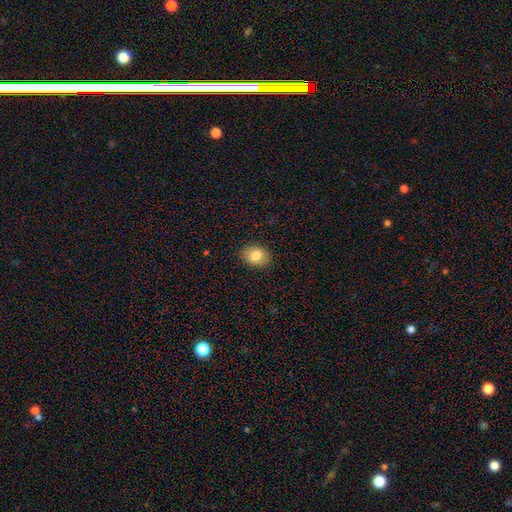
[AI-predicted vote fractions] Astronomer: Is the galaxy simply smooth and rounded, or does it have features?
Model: smooth — 82%.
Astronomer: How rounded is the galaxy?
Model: in between — 63%.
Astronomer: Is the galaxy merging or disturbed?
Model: none — 87%.